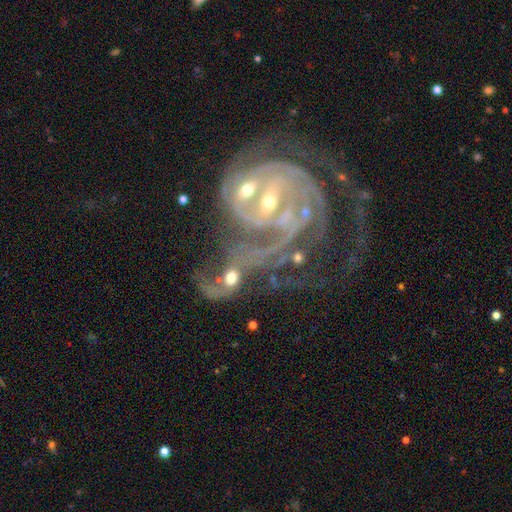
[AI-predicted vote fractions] Smooth or featured?
  - featured or disk: 89% *
  - star or artifact: 7%
  - smooth: 5%
Edge-on disk?
  - no: 97% *
  - yes: 3%
Bar?
  - weak: 40% *
  - no: 36%
  - strong: 24%
Spiral arms?
  - yes: 96% *
  - no: 4%
Spiral winding?
  - tight: 53% *
  - medium: 35%
  - loose: 12%
Spiral arm count?
  - 2: 28% *
  - can't tell: 27%
  - 3: 21%
  - 4: 10%
  - more than 4: 8%
  - 1: 8%
Bulge size?
  - small: 54% *
  - moderate: 38%
  - none: 4%
  - large: 3%
  - dominant: 1%
Merging?
  - merger: 58% *
  - major disturbance: 19%
  - none: 14%
  - minor disturbance: 9%